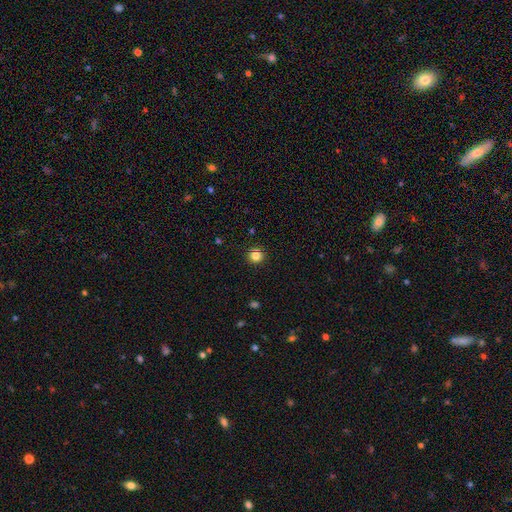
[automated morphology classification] Smooth or featured: smooth — 83% (star or artifact — 13%)
How rounded: round — 94% (in between — 5%)
Merging: none — 91% (minor disturbance — 6%)